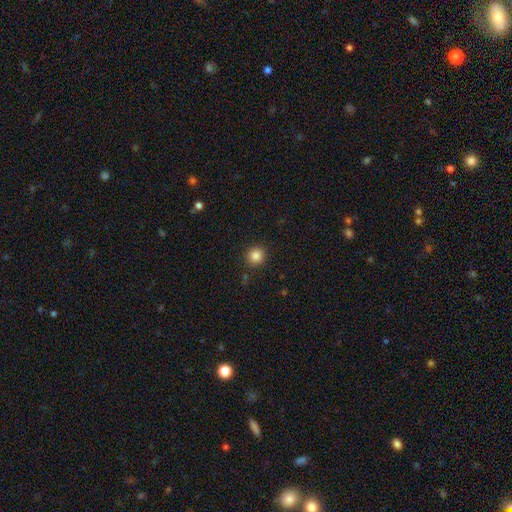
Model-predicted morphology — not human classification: Q: Smooth or featured?
A: smooth (85%); runner-up: star or artifact (11%)
Q: How rounded?
A: round (92%); runner-up: in between (7%)
Q: Merging?
A: none (89%); runner-up: minor disturbance (7%)